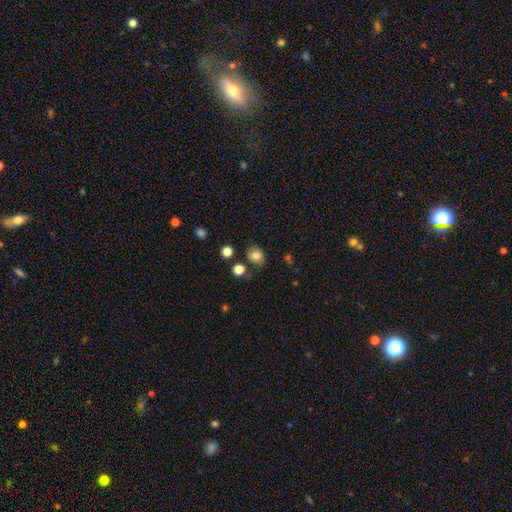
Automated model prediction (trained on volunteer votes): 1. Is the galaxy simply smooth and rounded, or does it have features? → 77% smooth, 12% star or artifact, 11% featured or disk.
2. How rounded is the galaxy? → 60% round, 39% in between, 1% cigar-shaped.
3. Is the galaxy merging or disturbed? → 70% none, 18% minor disturbance, 6% merger, 6% major disturbance.